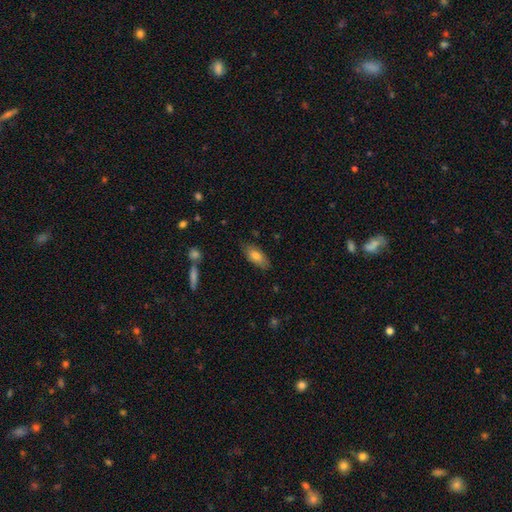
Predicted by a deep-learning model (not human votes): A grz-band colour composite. It shows a smooth galaxy with no disk features (79%) that is in between round and cigar-shaped (83%). Merging: none (79%).